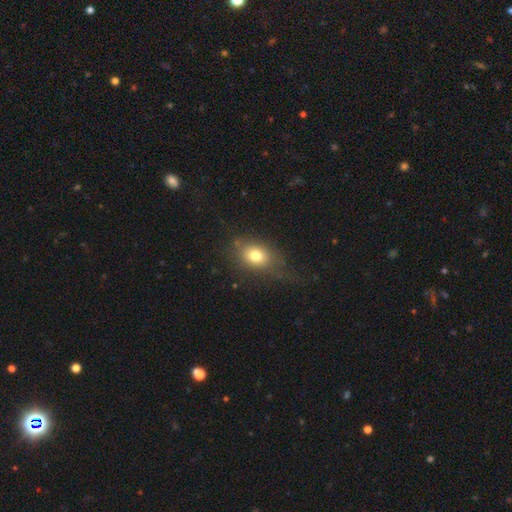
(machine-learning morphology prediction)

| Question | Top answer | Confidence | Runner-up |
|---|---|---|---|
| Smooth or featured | smooth | 76% | featured or disk (13%) |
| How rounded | in between | 60% | round (38%) |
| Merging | none | 63% | minor disturbance (23%) |